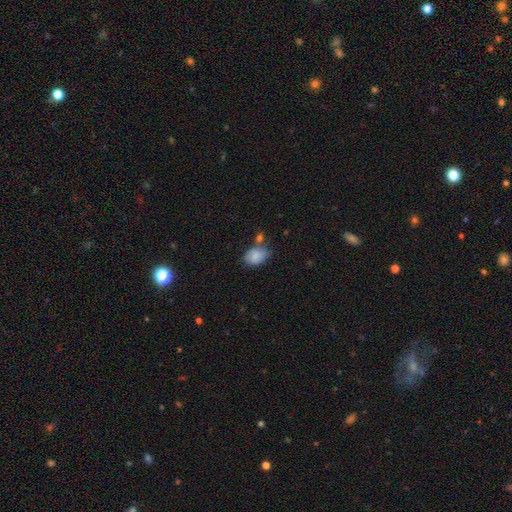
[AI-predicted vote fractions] Smooth or featured: smooth — 81% (featured or disk — 11%)
How rounded: in between — 76% (round — 23%)
Merging: none — 48% (minor disturbance — 27%)